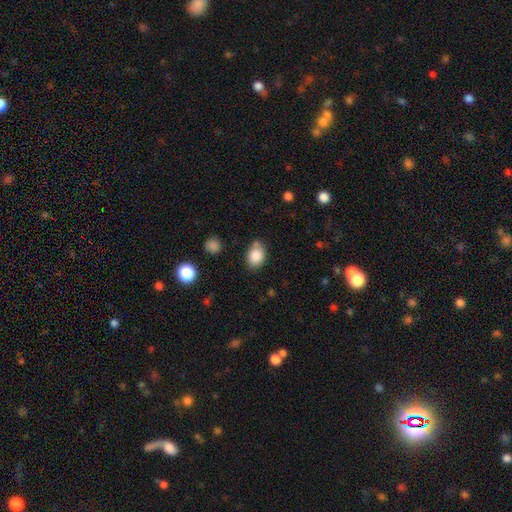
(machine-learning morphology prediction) This appears to be a smooth galaxy with no disk features (85%) that is in between round and cigar-shaped (70%). Merging: none (69%).